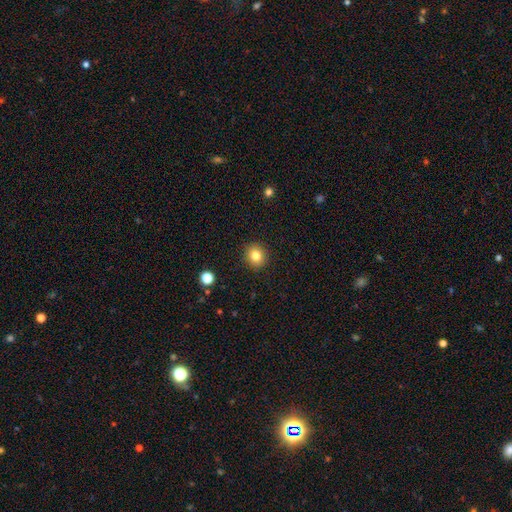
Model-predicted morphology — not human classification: Smooth or featured?
  - smooth: 82% *
  - star or artifact: 11%
  - featured or disk: 7%
How rounded?
  - round: 82% *
  - in between: 17%
  - cigar-shaped: 1%
Merging?
  - none: 91% *
  - minor disturbance: 6%
  - major disturbance: 2%
  - merger: 1%